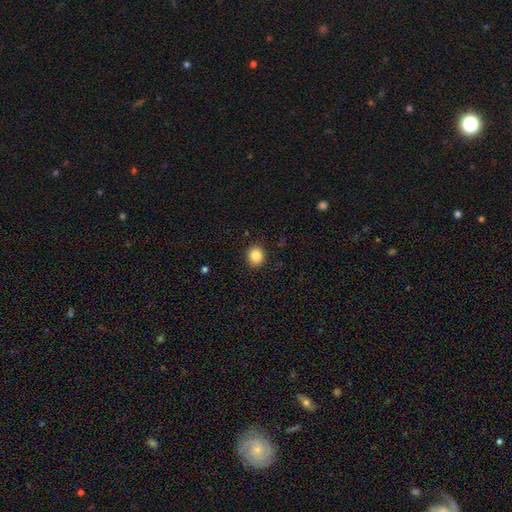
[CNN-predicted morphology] type=smooth (86%); roundness=round (80%); merging=none (90%).